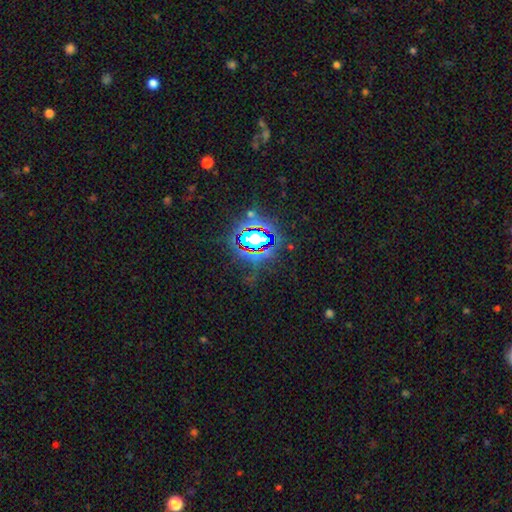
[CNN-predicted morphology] Smooth or featured? Predicted: star or artifact (p=0.80).